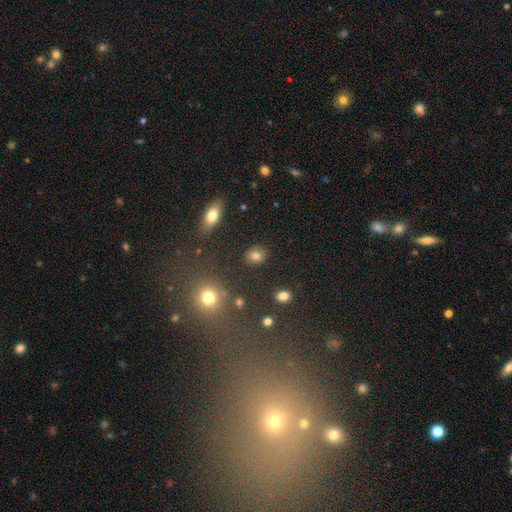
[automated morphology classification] smooth-or-featured: smooth: 80% | star or artifact: 12% | featured or disk: 8%
  how-rounded: round: 59% | in between: 40% | cigar-shaped: 1%
  merging: none: 87% | minor disturbance: 8% | major disturbance: 3% | merger: 2%